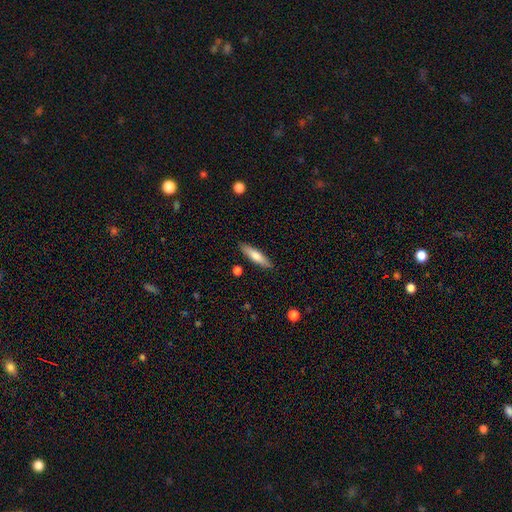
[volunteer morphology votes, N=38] Q: Smooth or featured?
A: smooth (50%); runner-up: featured or disk (47%)
Q: How rounded?
A: cigar-shaped (84%); runner-up: in between (16%)
Q: Merging?
A: none (84%); runner-up: minor disturbance (5%)